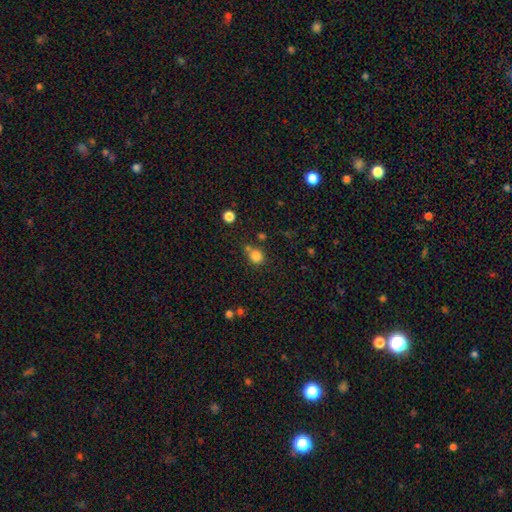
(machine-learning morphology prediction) A smooth galaxy with no disk features (82%) that is round (79%). Merging: none (61%).